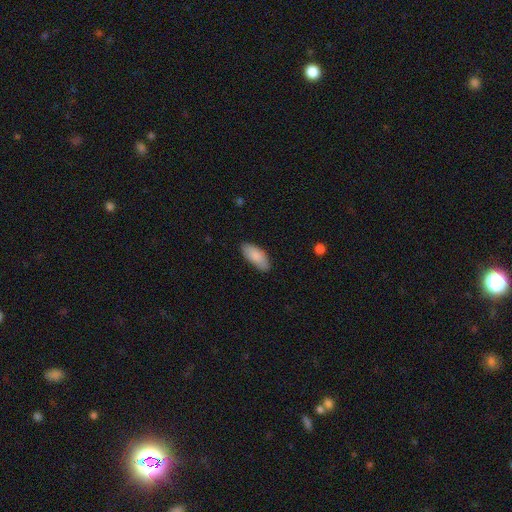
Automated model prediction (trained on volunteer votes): Smooth or featured? smooth (87%)
How rounded? in between (86%)
Merging? none (82%)